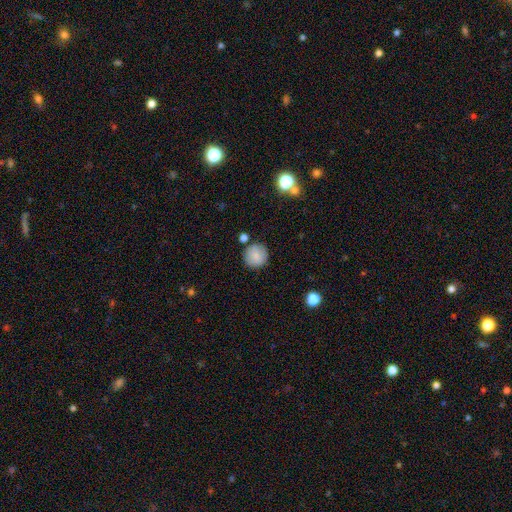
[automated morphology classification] A smooth galaxy with no disk features (83%) that is round (94%).

Vote fractions:
- Smooth or featured? smooth: 83% / star or artifact: 8% / featured or disk: 8%
- How rounded? round: 94% / in between: 5% / cigar-shaped: 1%
- Merging? none: 84% / minor disturbance: 9% / merger: 4% / major disturbance: 3%